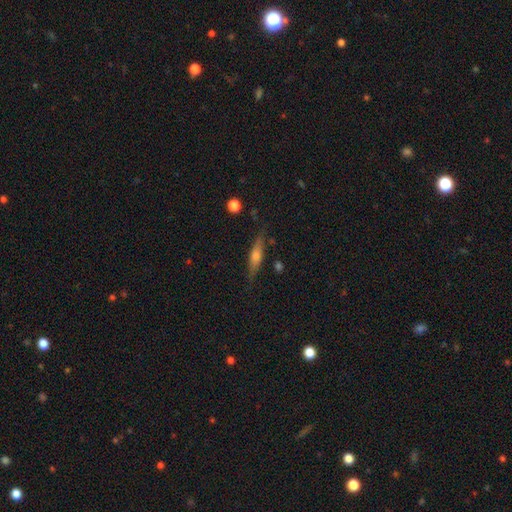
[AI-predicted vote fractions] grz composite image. It shows a featured or disk galaxy (51%) viewed edge-on (92%). Merging: none (82%).